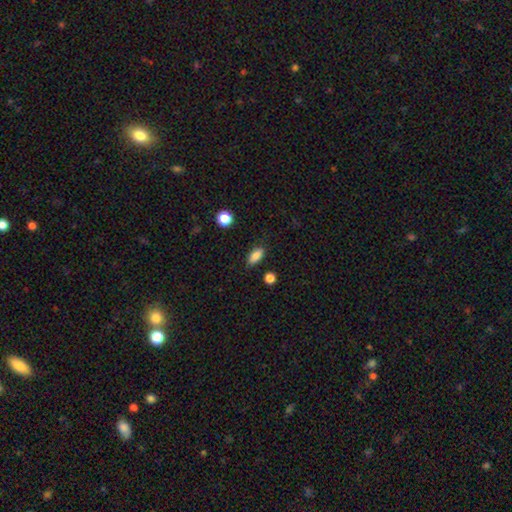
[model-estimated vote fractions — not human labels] smooth_or_featured: smooth (p=0.84) [alt: star or artifact p=0.09]
how_rounded: in between (p=0.84) [alt: cigar-shaped p=0.10]
merging: none (p=0.84) [alt: minor disturbance p=0.11]